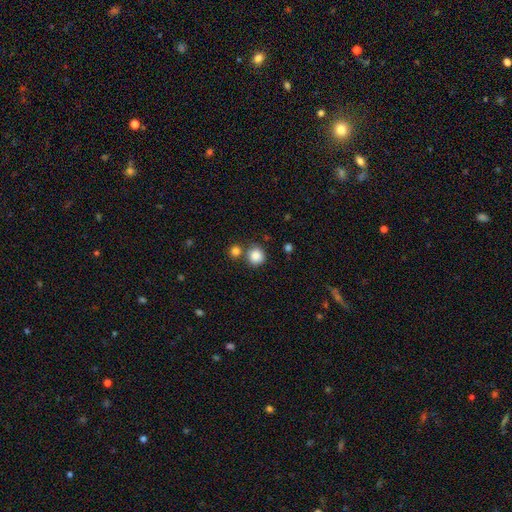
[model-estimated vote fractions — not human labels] Smooth or featured? Predicted: smooth (p=0.86). How rounded? Predicted: round (p=0.89). Merging? Predicted: none (p=0.69).